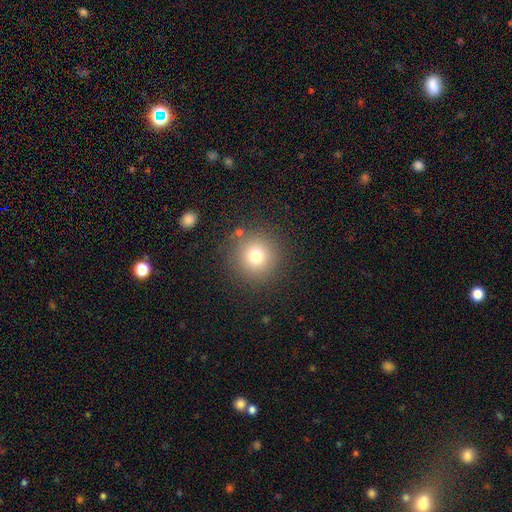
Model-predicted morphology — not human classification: smooth_or_featured: smooth (p=0.75) [alt: star or artifact p=0.15]
how_rounded: round (p=0.95) [alt: in between p=0.04]
merging: none (p=0.86) [alt: minor disturbance p=0.08]